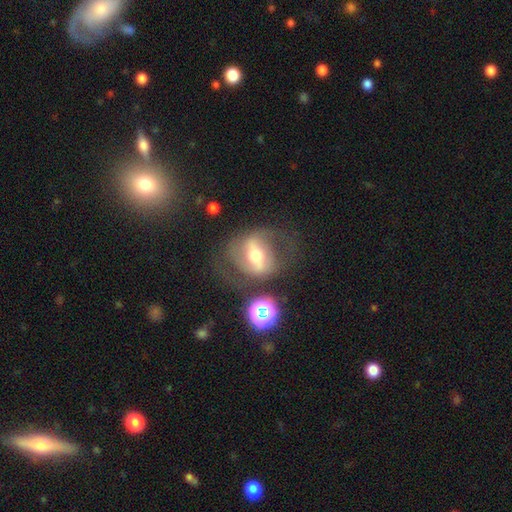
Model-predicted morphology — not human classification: type=featured or disk (70%); edge-on=no (92%); bar=strong (58%); spiral arms=yes (67%); bulge=moderate (67%); merging=none (59%).